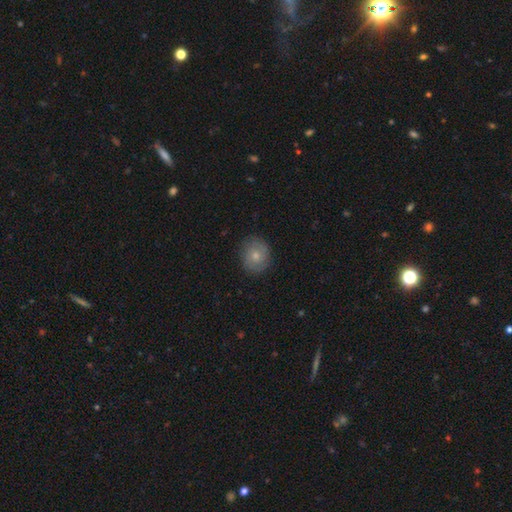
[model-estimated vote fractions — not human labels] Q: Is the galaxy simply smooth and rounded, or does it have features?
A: smooth — 69%.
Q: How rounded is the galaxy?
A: round — 74%.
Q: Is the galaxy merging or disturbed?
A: none — 83%.